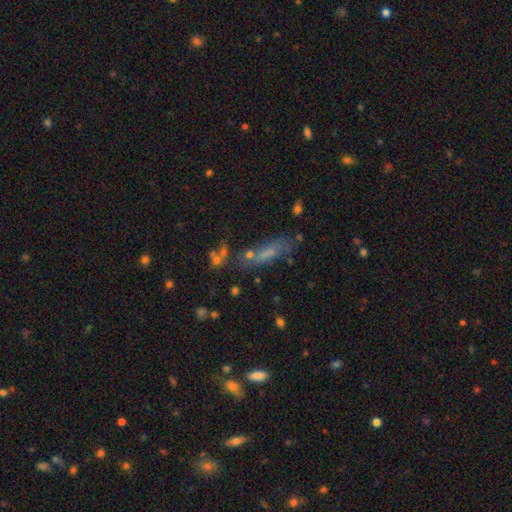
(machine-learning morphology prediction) This appears to be a smooth galaxy with no disk features (51%) that is cigar-shaped (58%). Merging: none (62%).